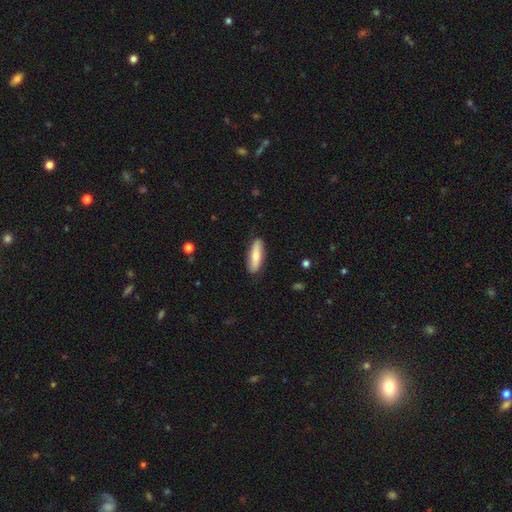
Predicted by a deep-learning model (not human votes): Smooth or featured? Predicted: smooth (p=0.67). How rounded? Predicted: cigar-shaped (p=0.58). Merging? Predicted: none (p=0.87).